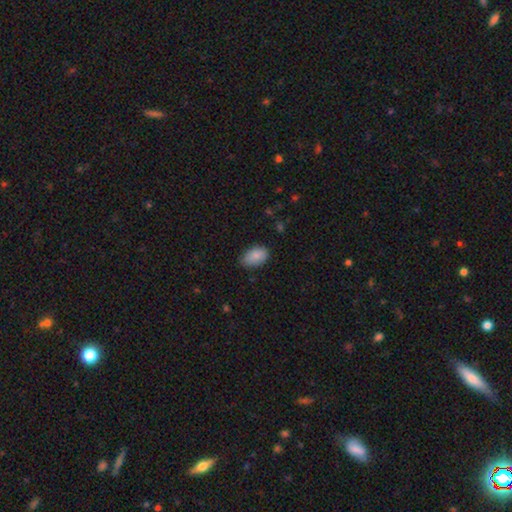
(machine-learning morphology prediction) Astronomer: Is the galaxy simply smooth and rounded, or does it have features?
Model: smooth — 87%.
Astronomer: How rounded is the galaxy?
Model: in between — 92%.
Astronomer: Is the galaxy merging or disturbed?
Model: none — 74%.